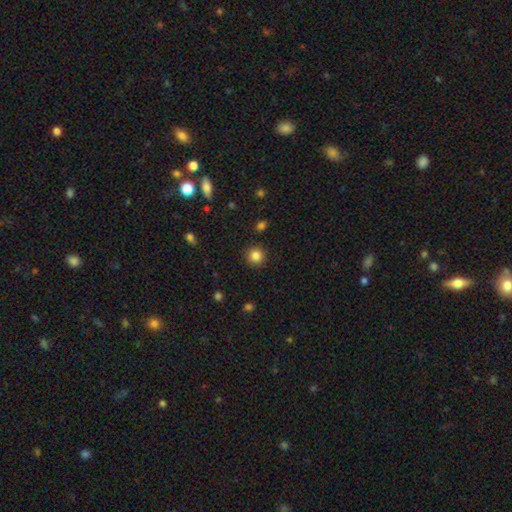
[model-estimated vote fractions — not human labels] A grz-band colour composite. It shows a smooth galaxy with no disk features (84%) that is round (94%). Merging: none (91%).